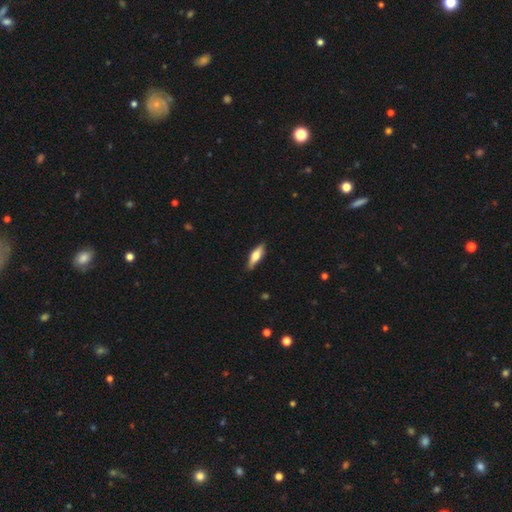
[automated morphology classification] The model was most divided on "how rounded": cigar-shaped: 52%, in between: 46%, round: 2%. More confident: merging — none (86%); smooth or featured — smooth (52%).